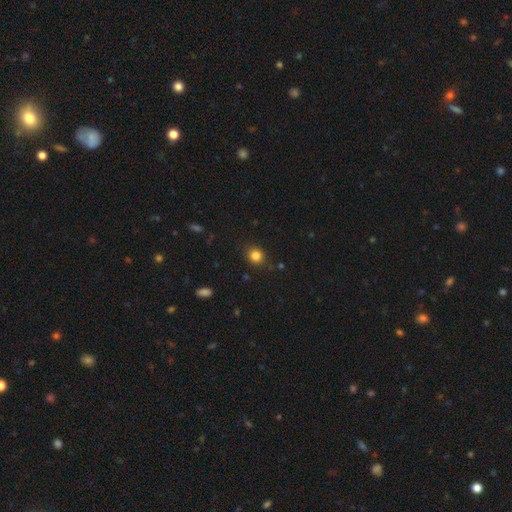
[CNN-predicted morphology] This is clearly a smooth galaxy (83%). How rounded: clearly round (81%). Merging: clearly none (86%).